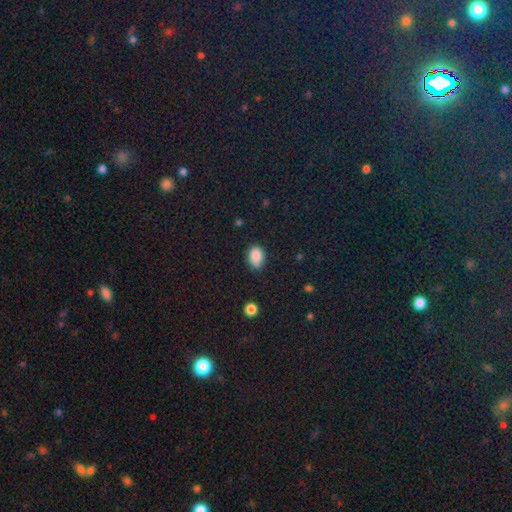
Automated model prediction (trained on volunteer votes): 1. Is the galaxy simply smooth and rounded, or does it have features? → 86% smooth, 9% star or artifact, 5% featured or disk.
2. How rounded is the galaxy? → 72% in between, 27% round, 1% cigar-shaped.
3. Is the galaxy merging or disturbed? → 63% none, 29% minor disturbance, 5% major disturbance, 3% merger.